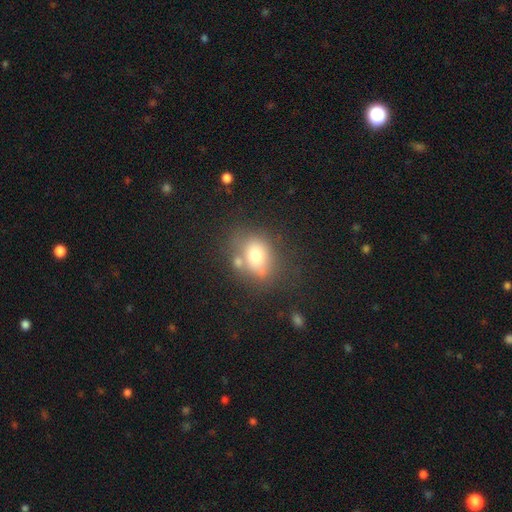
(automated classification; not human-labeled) Q: Smooth or featured?
A: smooth (71%); runner-up: featured or disk (18%)
Q: How rounded?
A: in between (62%); runner-up: round (37%)
Q: Merging?
A: none (51%); runner-up: merger (21%)